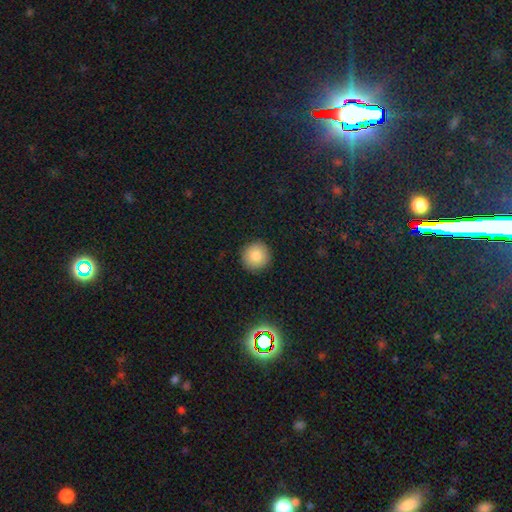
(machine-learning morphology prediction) type=smooth (85%); roundness=round (95%); merging=none (92%).